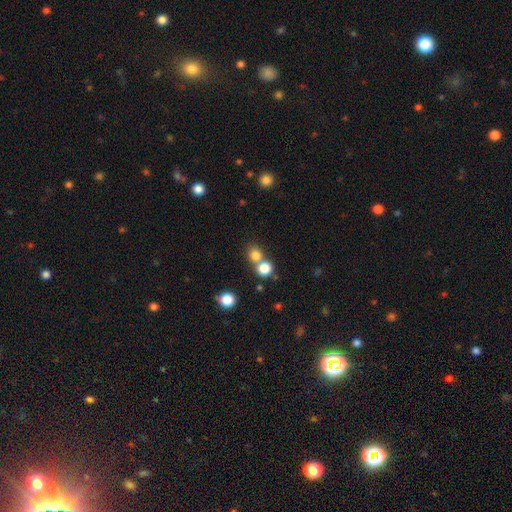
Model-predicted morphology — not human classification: Smooth or featured: smooth — 79% (star or artifact — 14%)
How rounded: round — 83% (in between — 16%)
Merging: none — 54% (merger — 37%)